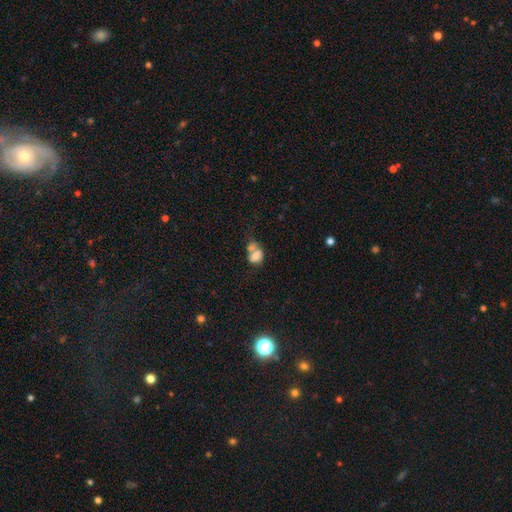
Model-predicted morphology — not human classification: smooth_or_featured: smooth (p=0.72) [alt: featured or disk p=0.18]
how_rounded: in between (p=0.71) [alt: round p=0.27]
merging: merger (p=0.60) [alt: none p=0.20]